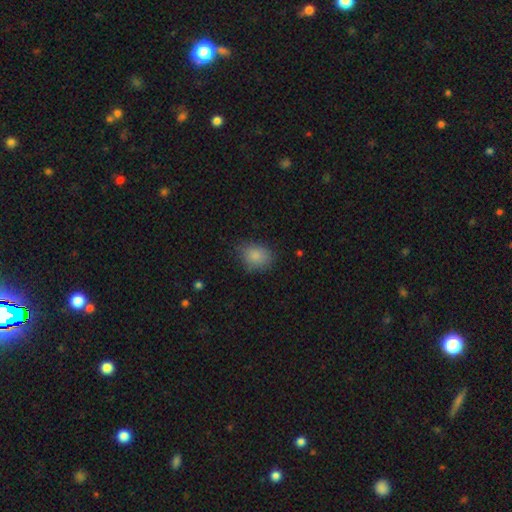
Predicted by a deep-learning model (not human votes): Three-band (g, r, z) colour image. It shows a smooth galaxy with no disk features (85%) that is in between round and cigar-shaped (56%). Merging: none (75%).